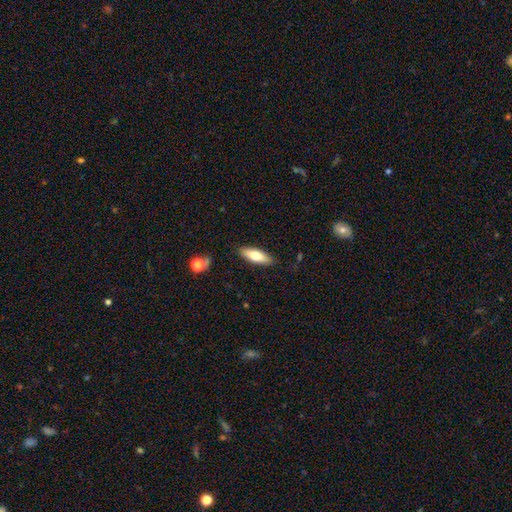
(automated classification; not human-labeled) Smooth or featured? Predicted: smooth (p=0.65). How rounded? Predicted: in between (p=0.54). Merging? Predicted: none (p=0.86).